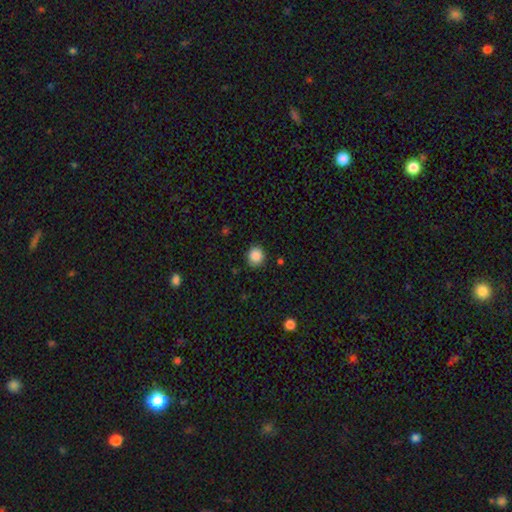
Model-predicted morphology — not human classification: Smooth or featured?
  - smooth: 88% *
  - star or artifact: 9%
  - featured or disk: 3%
How rounded?
  - round: 85% *
  - in between: 14%
  - cigar-shaped: 1%
Merging?
  - none: 87% *
  - minor disturbance: 9%
  - major disturbance: 2%
  - merger: 1%